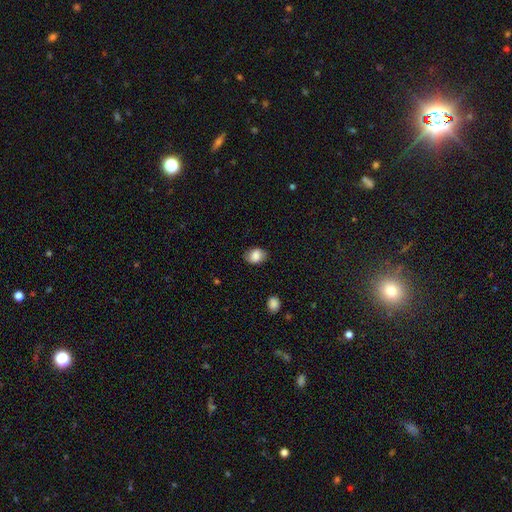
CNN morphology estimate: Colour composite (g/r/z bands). It shows a smooth galaxy with no disk features (84%) that is in between round and cigar-shaped (59%). Merging: none (79%).